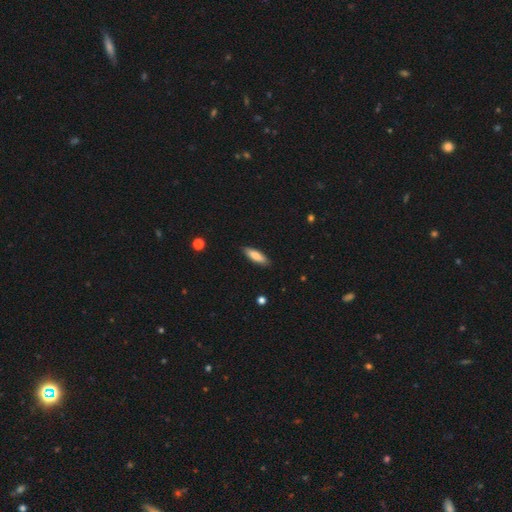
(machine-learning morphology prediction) smooth-or-featured: smooth: 81% | featured or disk: 13% | star or artifact: 6%
  how-rounded: cigar-shaped: 52% | in between: 46% | round: 2%
  merging: none: 87% | minor disturbance: 10% | major disturbance: 2% | merger: 1%